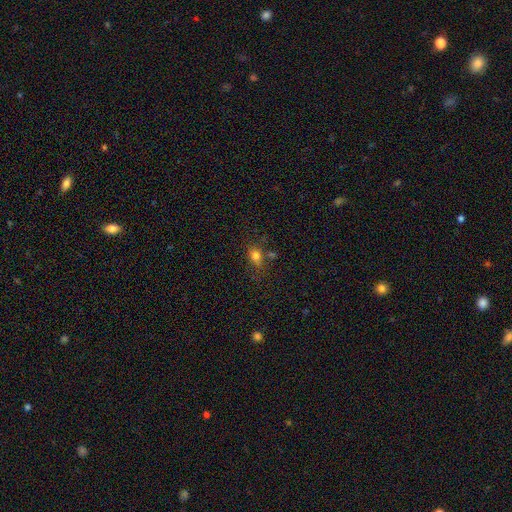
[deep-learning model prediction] The model was most divided on "how rounded": in between: 56%, round: 41%, cigar-shaped: 3%. More confident: smooth or featured — smooth (75%); merging — none (61%).